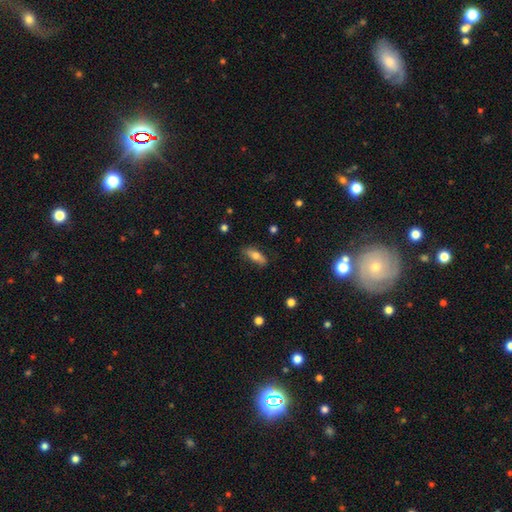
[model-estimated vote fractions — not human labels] This appears to be a smooth galaxy with no disk features (66%) that is in between round and cigar-shaped (61%). Merging: none (78%).